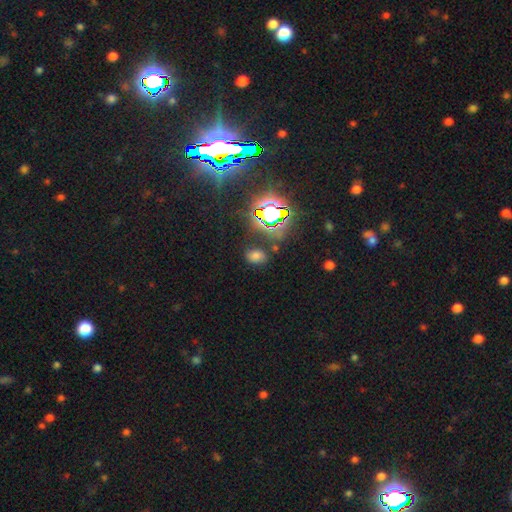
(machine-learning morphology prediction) Smooth or featured: smooth — 58% (star or artifact — 33%)
How rounded: in between — 76% (round — 22%)
Merging: none — 78% (minor disturbance — 13%)